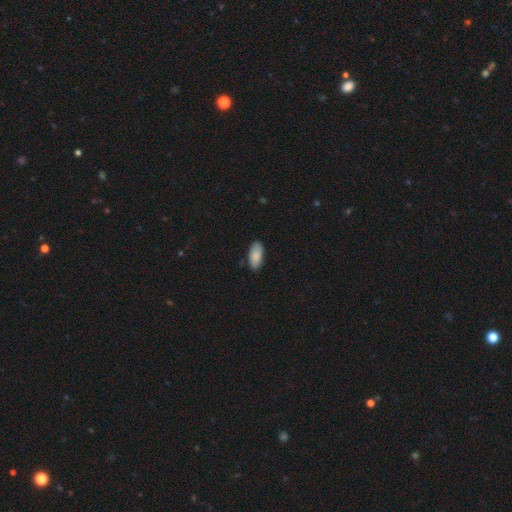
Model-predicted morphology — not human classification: Smooth or featured? Predicted: smooth (p=0.87). How rounded? Predicted: in between (p=0.89). Merging? Predicted: none (p=0.83).